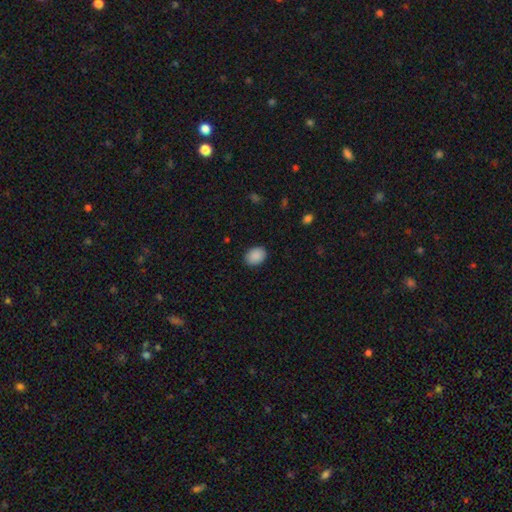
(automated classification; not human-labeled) smooth-or-featured: smooth: 90% | star or artifact: 7% | featured or disk: 3%
  how-rounded: in between: 65% | round: 34% | cigar-shaped: 1%
  merging: none: 88% | minor disturbance: 9% | major disturbance: 2% | merger: 1%